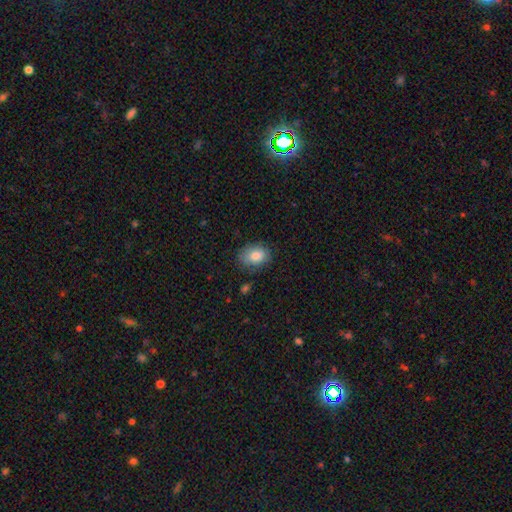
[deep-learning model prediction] Smooth or featured: smooth — 83% (featured or disk — 9%)
How rounded: in between — 75% (round — 24%)
Merging: none — 77% (minor disturbance — 17%)